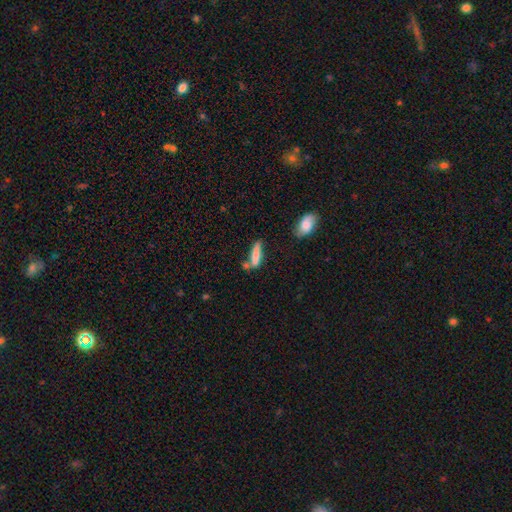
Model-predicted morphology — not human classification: This appears to be a smooth galaxy with no disk features (69%) that is cigar-shaped (71%). Merging: none (51%).